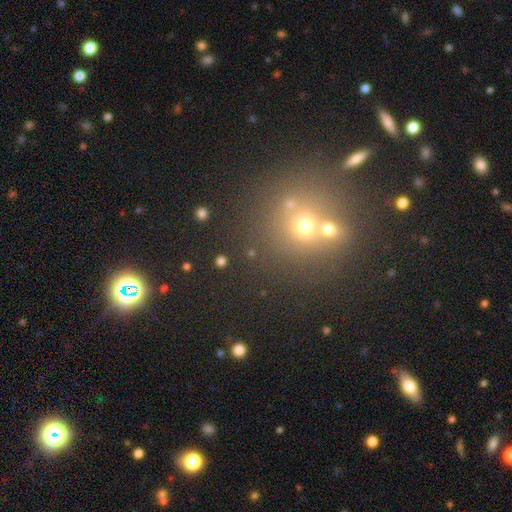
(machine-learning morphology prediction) A smooth galaxy with no disk features (44%).

Vote fractions:
- Smooth or featured? smooth: 44% / star or artifact: 40% / featured or disk: 16%
- Merging? none: 55% / merger: 33% / minor disturbance: 8% / major disturbance: 4%